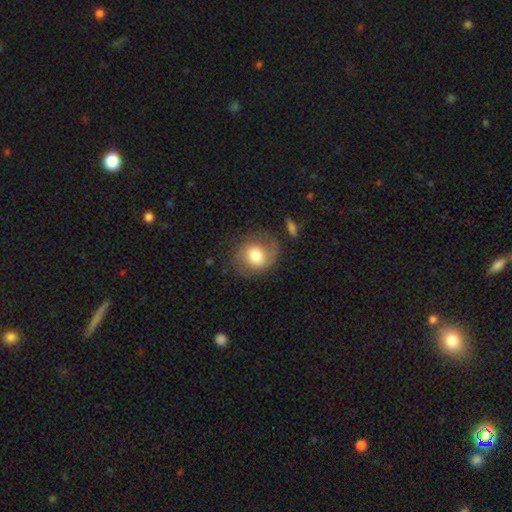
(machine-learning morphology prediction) This appears to be a smooth galaxy with no disk features (65%) that is round (71%). Merging: none (64%).